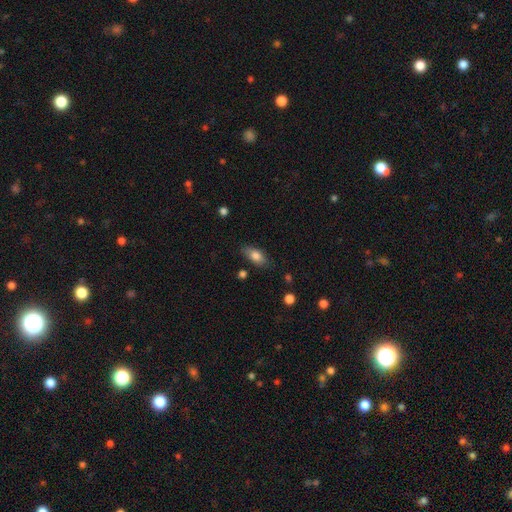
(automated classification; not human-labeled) Morphology: type=smooth (79%); roundness=in between (86%); merging=none (79%).